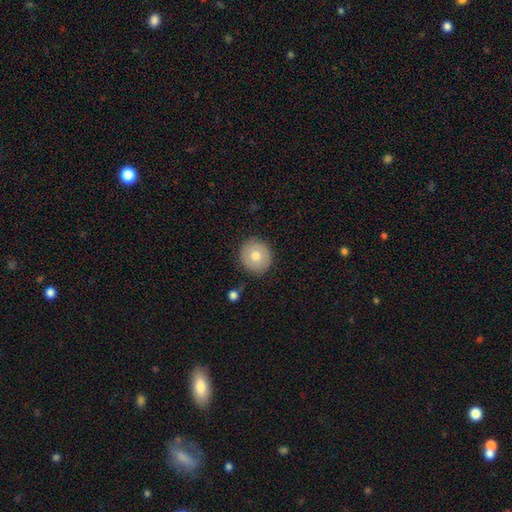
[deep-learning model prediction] Q: Smooth or featured?
A: smooth (70%); runner-up: featured or disk (22%)
Q: How rounded?
A: round (90%); runner-up: in between (9%)
Q: Merging?
A: none (88%); runner-up: minor disturbance (8%)